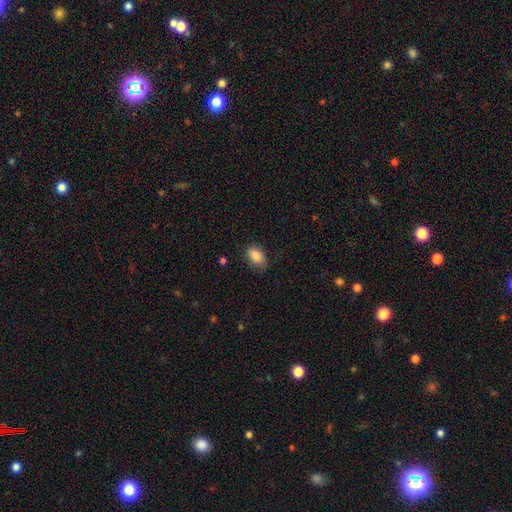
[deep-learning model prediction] Smooth or featured? Predicted: smooth (p=0.87). How rounded? Predicted: in between (p=0.88). Merging? Predicted: none (p=0.74).